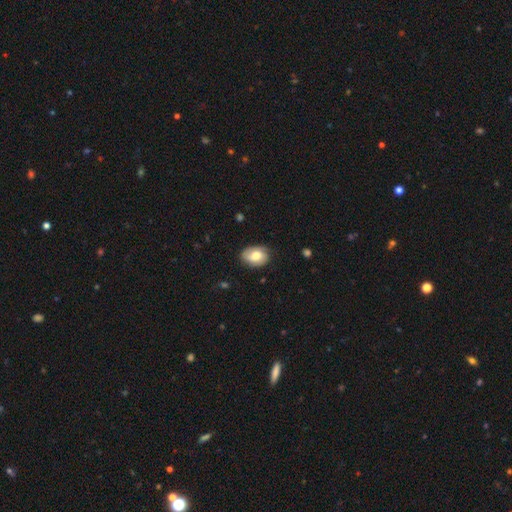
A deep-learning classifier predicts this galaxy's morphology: Q: Smooth or featured?
A: smooth (68%); runner-up: featured or disk (24%)
Q: How rounded?
A: in between (75%); runner-up: round (24%)
Q: Merging?
A: none (75%); runner-up: minor disturbance (20%)